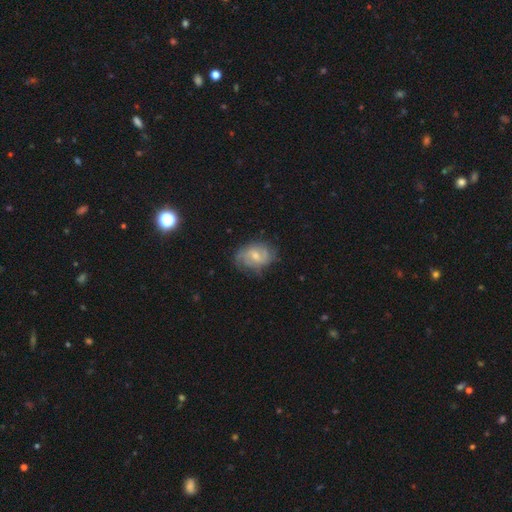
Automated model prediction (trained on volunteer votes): Smooth or featured? featured or disk (64%)
Edge-on disk? no (97%)
Bar? weak (51%)
Spiral arms? yes (86%)
Spiral winding? medium (43%)
Spiral arm count? 2 (50%)
Bulge size? moderate (48%)
Merging? none (65%)